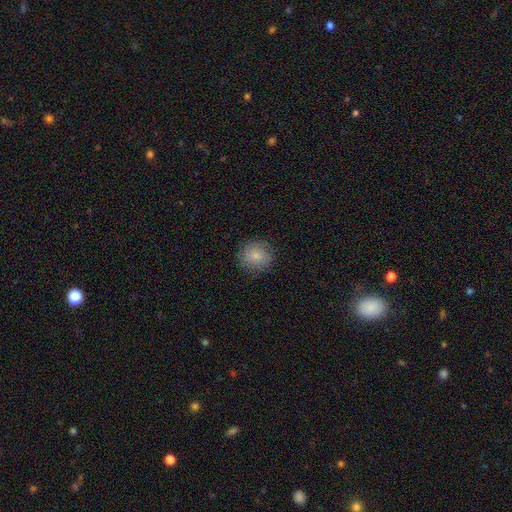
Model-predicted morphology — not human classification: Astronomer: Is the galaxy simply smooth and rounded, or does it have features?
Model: smooth — 82%.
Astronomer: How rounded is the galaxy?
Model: round — 87%.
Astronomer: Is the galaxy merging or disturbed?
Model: none — 84%.